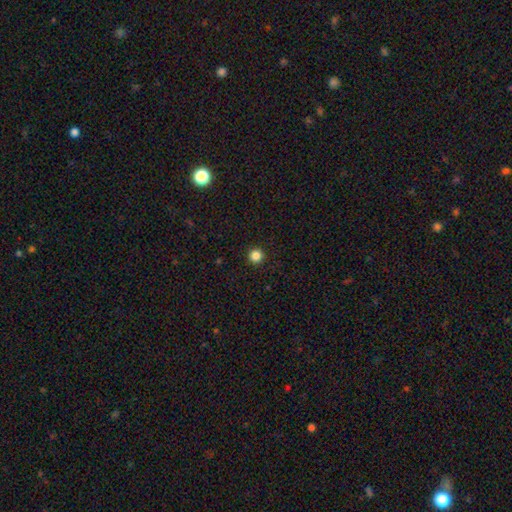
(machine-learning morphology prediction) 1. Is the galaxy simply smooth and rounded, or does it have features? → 85% smooth, 12% star or artifact, 3% featured or disk.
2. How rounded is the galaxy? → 96% round, 3% in between, 1% cigar-shaped.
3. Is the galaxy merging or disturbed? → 93% none, 4% minor disturbance, 2% major disturbance, 1% merger.